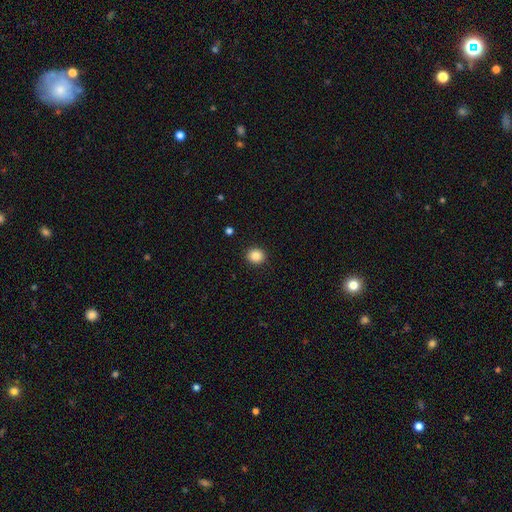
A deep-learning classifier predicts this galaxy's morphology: smooth_or_featured: smooth (p=0.86) [alt: star or artifact p=0.10]
how_rounded: round (p=0.79) [alt: in between p=0.20]
merging: none (p=0.92) [alt: minor disturbance p=0.05]